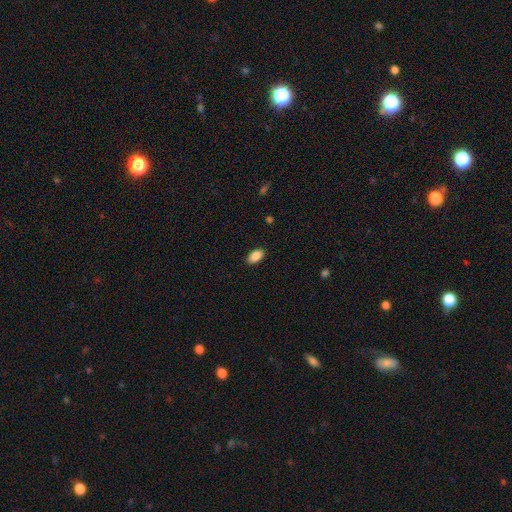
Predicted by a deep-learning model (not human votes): Q: Smooth or featured?
A: smooth (89%); runner-up: star or artifact (7%)
Q: How rounded?
A: in between (94%); runner-up: round (4%)
Q: Merging?
A: none (88%); runner-up: minor disturbance (9%)